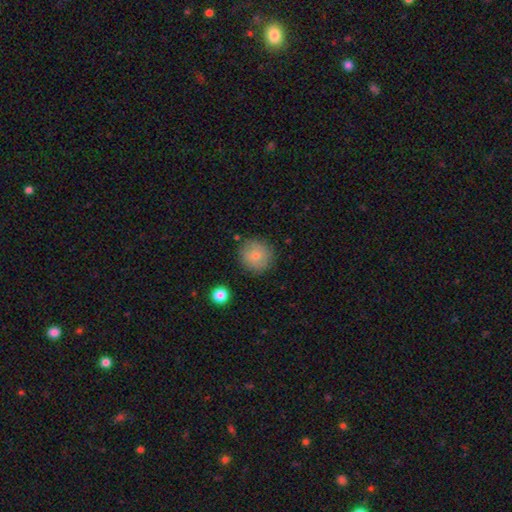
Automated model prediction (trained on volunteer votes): Morphology: type=smooth (79%); roundness=round (92%); merging=none (85%).